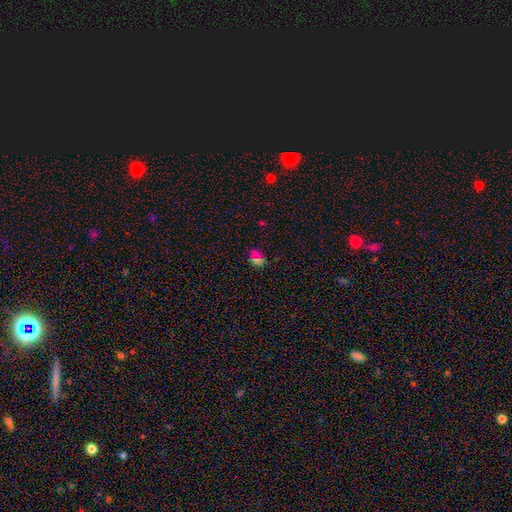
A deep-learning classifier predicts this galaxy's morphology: smooth 64%, star or artifact 29%, featured or disk 8%. Down the decision tree: how rounded — in between (75%); merging — none (76%).